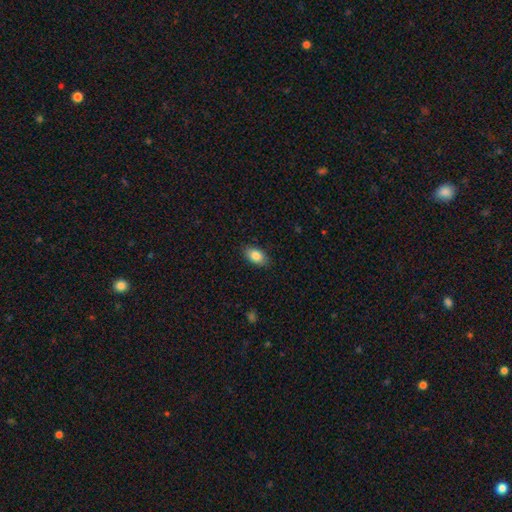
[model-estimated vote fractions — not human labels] Overall: smooth (85%). How rounded: in between (91%). Merging: none (87%).